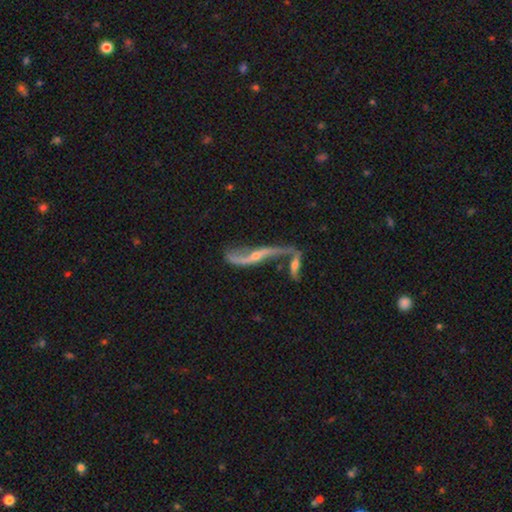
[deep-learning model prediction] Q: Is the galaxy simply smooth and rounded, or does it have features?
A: featured or disk — 84%.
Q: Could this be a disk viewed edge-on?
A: no — 74%.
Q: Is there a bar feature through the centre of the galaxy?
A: no — 51%.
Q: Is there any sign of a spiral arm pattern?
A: yes — 87%.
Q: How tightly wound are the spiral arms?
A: loose — 91%.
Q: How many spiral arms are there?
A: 2 — 88%.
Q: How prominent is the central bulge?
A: small — 62%.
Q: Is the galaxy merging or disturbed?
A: none — 37%.